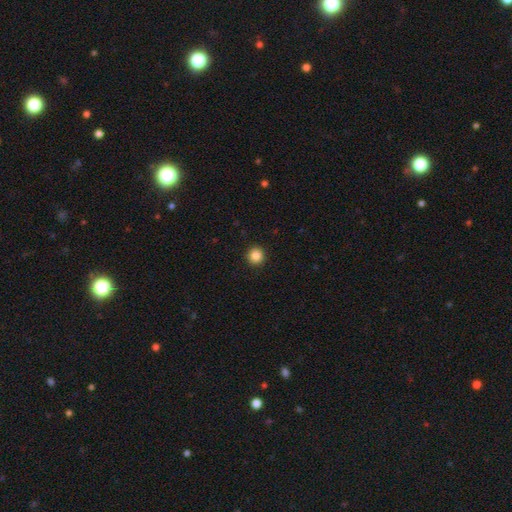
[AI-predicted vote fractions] Smooth or featured? Predicted: smooth (p=0.85). How rounded? Predicted: round (p=0.95). Merging? Predicted: none (p=0.93).